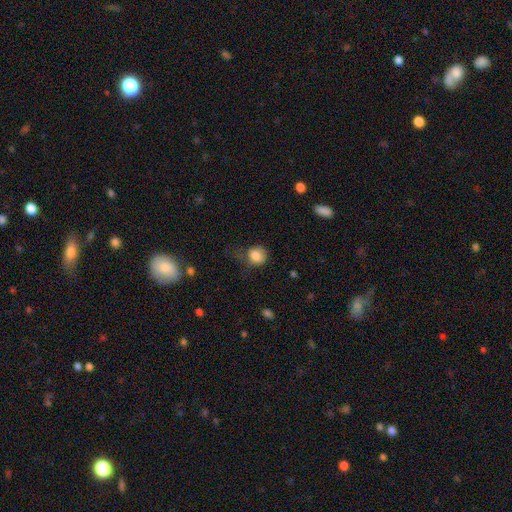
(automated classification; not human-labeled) Overall: smooth (83%). How rounded: round (75%). Merging: none (52%; minor disturbance 28%).